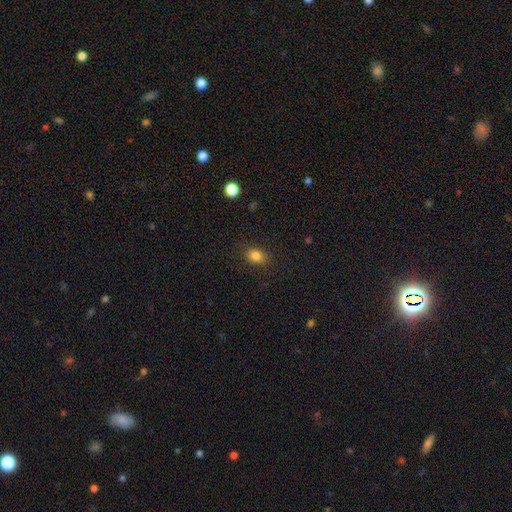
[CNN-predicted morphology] A smooth galaxy with no disk features (84%) that is in between round and cigar-shaped (60%). Merging: none (86%).